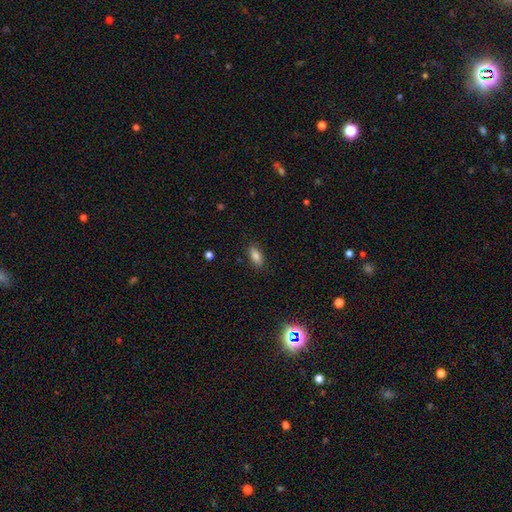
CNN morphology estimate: Smooth or featured? smooth (84%)
How rounded? in between (85%)
Merging? none (86%)